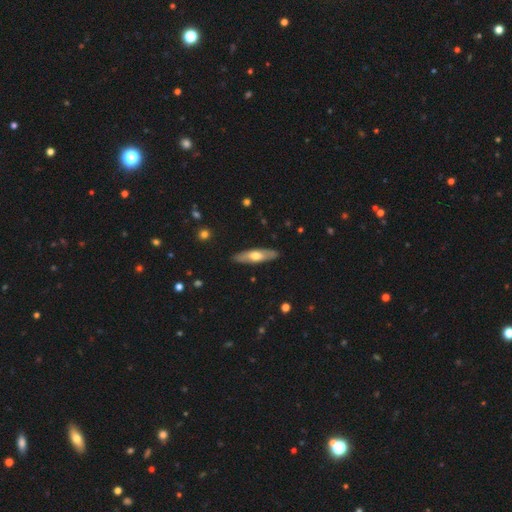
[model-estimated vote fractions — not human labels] This is possibly a smooth galaxy (49%). Merging: clearly none (88%).